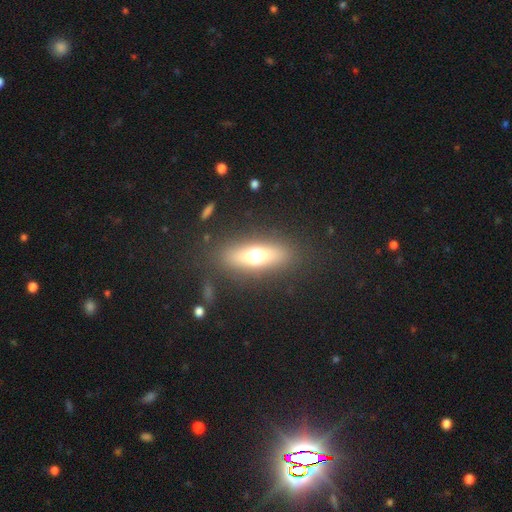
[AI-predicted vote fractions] Smooth or featured? smooth (53%)
How rounded? in between (55%)
Merging? none (85%)